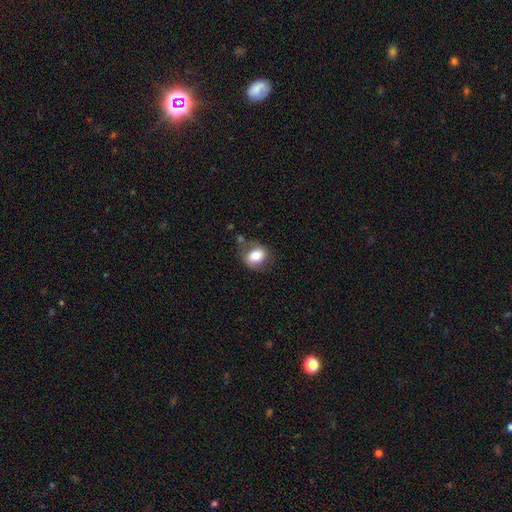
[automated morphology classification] Smooth or featured? Predicted: smooth (p=0.73). How rounded? Predicted: round (p=0.53). Merging? Predicted: none (p=0.58).